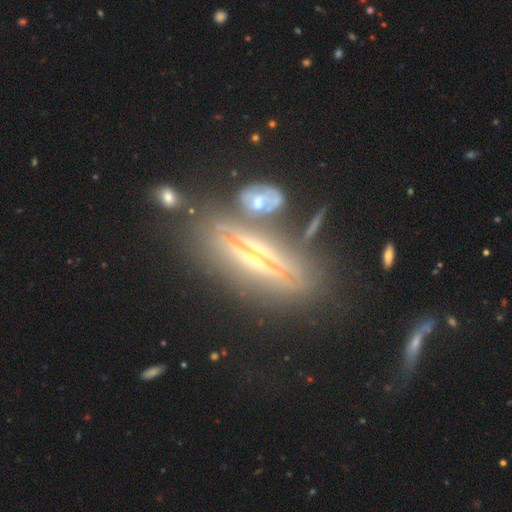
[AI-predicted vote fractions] Smooth or featured? featured or disk (76%)
Edge-on disk? yes (83%)
Edge-on bulge? rounded (59%)
Merging? none (63%)